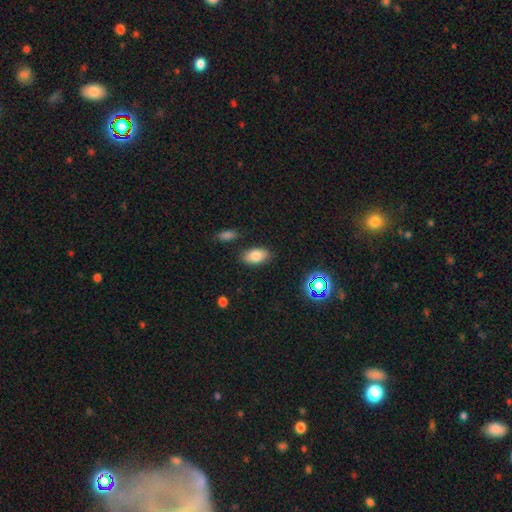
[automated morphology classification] Smooth or featured: smooth — 82% (star or artifact — 10%)
How rounded: in between — 92% (round — 6%)
Merging: none — 84% (minor disturbance — 11%)